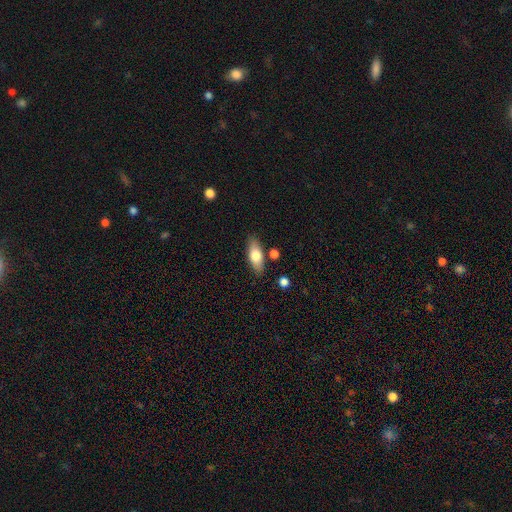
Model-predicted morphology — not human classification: Smooth or featured: smooth — 73% (featured or disk — 20%)
How rounded: in between — 77% (cigar-shaped — 19%)
Merging: none — 82% (minor disturbance — 11%)